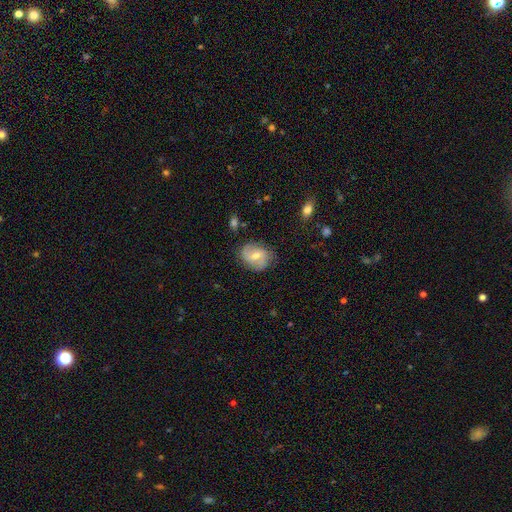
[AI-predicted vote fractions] This is likely a featured or disk galaxy (63%). It is clearly not viewed edge-on (96%). Bar: marginally weak (45%). Spiral arm pattern: clearly yes (88%). Spiral arm count: likely 2 (79%). Spiral winding: marginally medium (42%). Central bulge: possibly moderate (56%). Merging: likely none (78%).